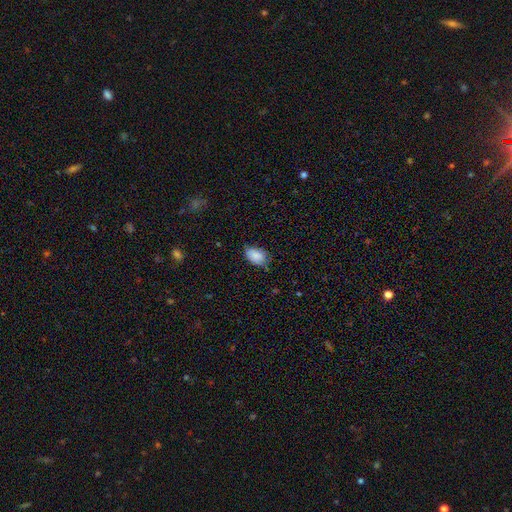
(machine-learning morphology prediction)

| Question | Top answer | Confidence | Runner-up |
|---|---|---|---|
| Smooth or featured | smooth | 87% | star or artifact (7%) |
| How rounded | in between | 89% | round (9%) |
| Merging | none | 62% | minor disturbance (31%) |